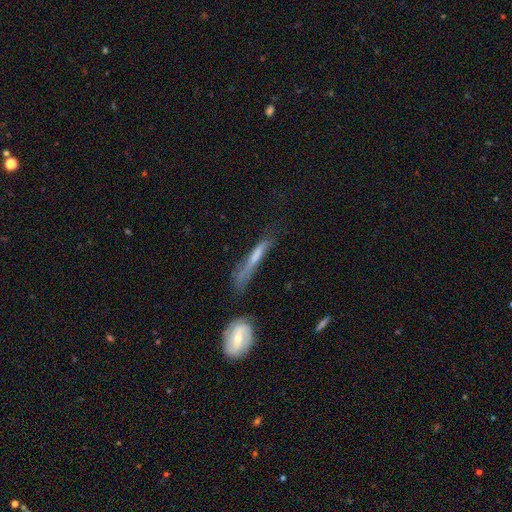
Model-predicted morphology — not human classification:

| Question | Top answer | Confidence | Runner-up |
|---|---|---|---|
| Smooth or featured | featured or disk | 45% | tied: smooth (45%) |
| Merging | none | 42% | minor disturbance (25%) |